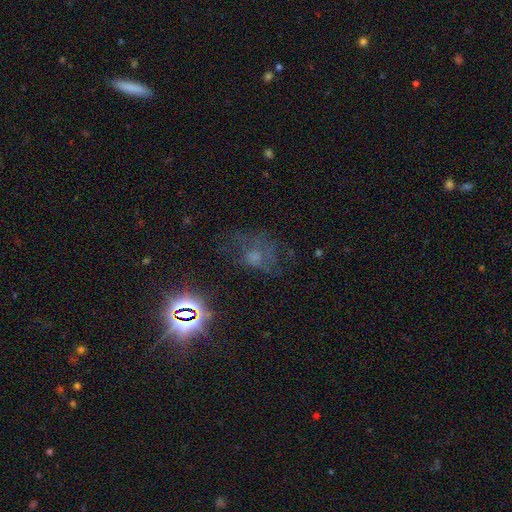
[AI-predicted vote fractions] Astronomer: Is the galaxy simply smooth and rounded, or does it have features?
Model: star or artifact — 40% (runner-up: smooth, 31%).